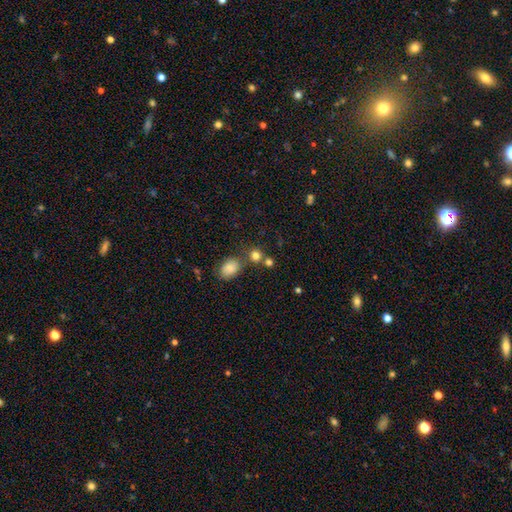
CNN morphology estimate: Smooth or featured? Predicted: smooth (p=0.79). How rounded? Predicted: round (p=0.79). Merging? Predicted: none (p=0.63).